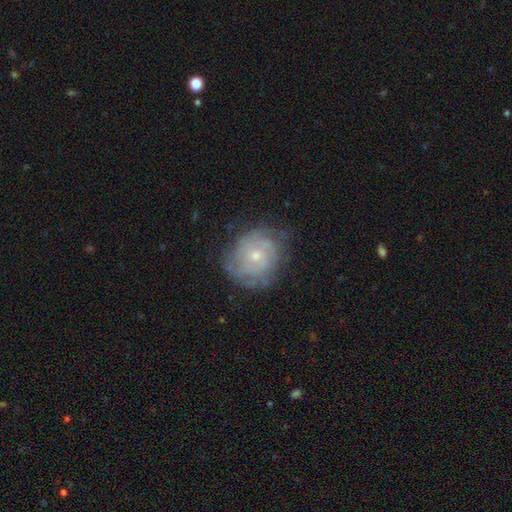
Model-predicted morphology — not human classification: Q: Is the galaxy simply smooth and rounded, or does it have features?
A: featured or disk — 73%.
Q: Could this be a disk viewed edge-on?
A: no — 97%.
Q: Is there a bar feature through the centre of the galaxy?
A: no — 77%.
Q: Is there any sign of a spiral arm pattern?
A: yes — 89%.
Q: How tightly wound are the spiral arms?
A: tight — 68%.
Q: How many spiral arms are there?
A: can't tell — 47%.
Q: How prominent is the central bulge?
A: small — 63%.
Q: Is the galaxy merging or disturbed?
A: none — 73%.